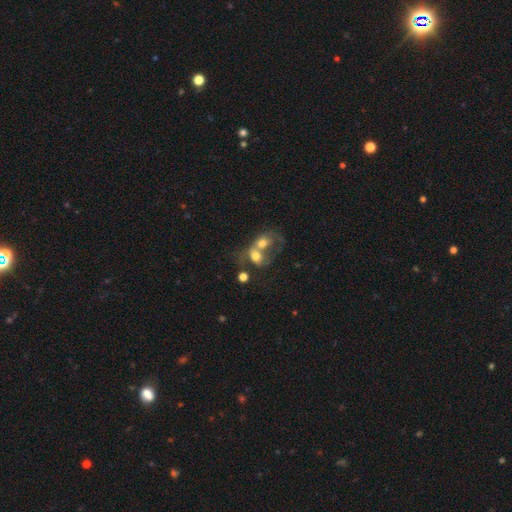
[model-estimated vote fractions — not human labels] The model was most divided on "how rounded": in between: 52%, round: 47%, cigar-shaped: 1%. More confident: merging — merger (79%); smooth or featured — smooth (57%).